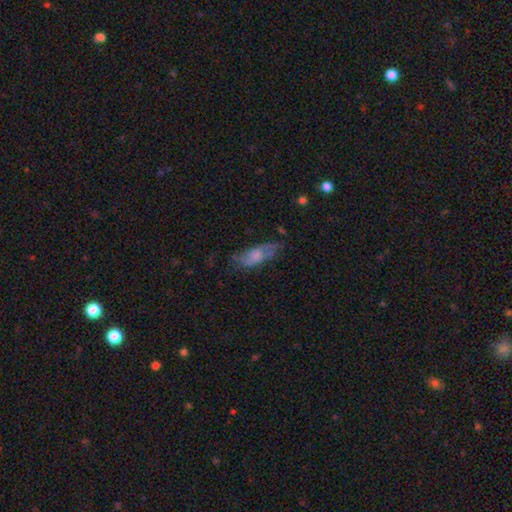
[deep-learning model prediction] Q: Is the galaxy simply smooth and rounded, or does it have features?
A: smooth — 51%.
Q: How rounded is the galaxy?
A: in between — 70%.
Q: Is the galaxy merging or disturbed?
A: none — 54%.